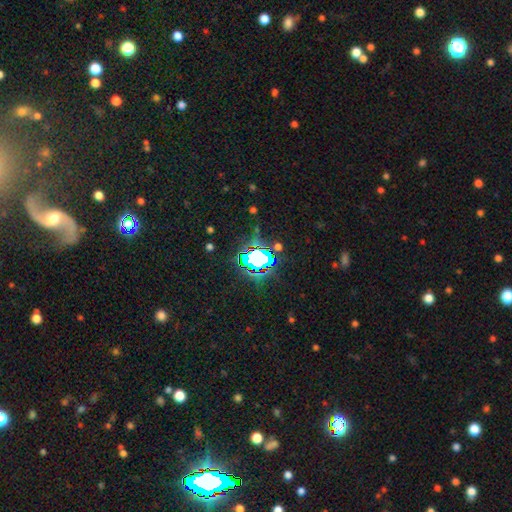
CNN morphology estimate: smooth-or-featured: star or artifact: 62% | smooth: 25% | featured or disk: 14%